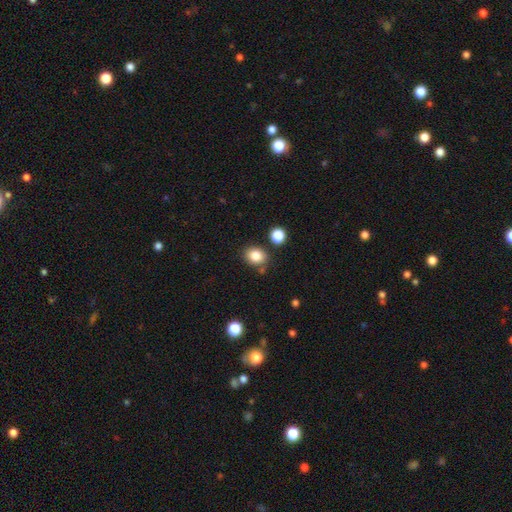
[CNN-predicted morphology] A smooth galaxy with no disk features (84%) that is round (55%).

Vote fractions:
- Smooth or featured? smooth: 84% / star or artifact: 10% / featured or disk: 6%
- How rounded? round: 55% / in between: 45% / cigar-shaped: 1%
- Merging? none: 79% / minor disturbance: 11% / merger: 7% / major disturbance: 3%